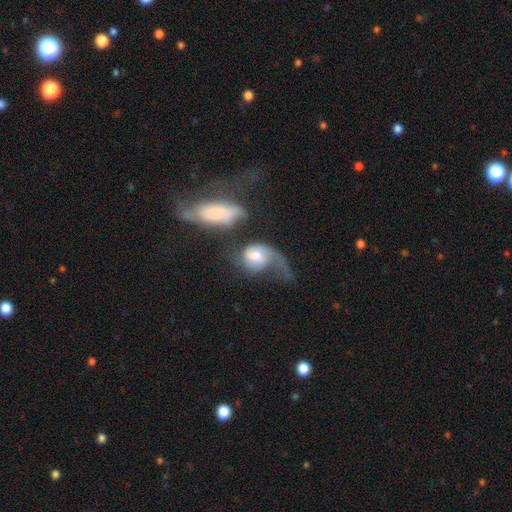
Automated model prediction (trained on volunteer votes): The model was most divided on "merging": major disturbance: 41%, merger: 30%, none: 18%, minor disturbance: 11%. Remaining: edge-on disk — no (95%); spiral arms — yes (79%); bar — no (66%); smooth or featured — featured or disk (54%); bulge size — moderate (47%).